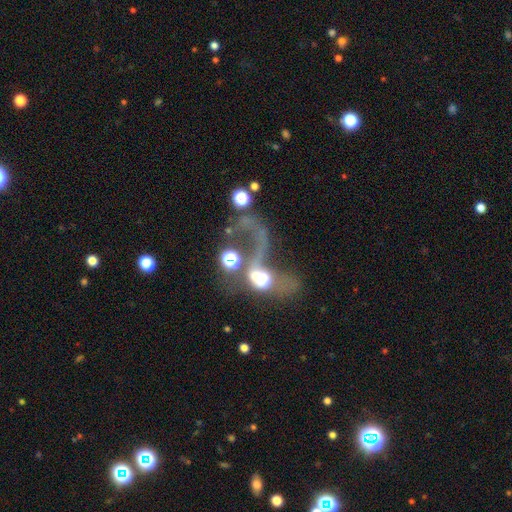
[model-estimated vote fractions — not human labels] Smooth or featured?
  - featured or disk: 51% *
  - smooth: 29%
  - star or artifact: 20%
Edge-on disk?
  - no: 93% *
  - yes: 7%
Merging?
  - major disturbance: 40% *
  - merger: 37%
  - none: 15%
  - minor disturbance: 8%